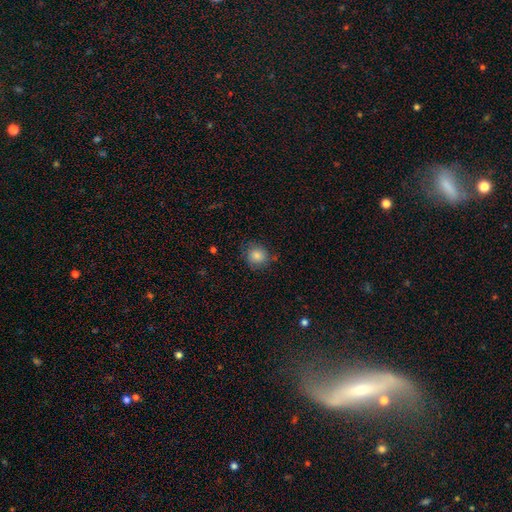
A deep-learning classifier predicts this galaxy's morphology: smooth-or-featured: smooth: 80% | featured or disk: 10% | star or artifact: 10%
  how-rounded: round: 86% | in between: 13% | cigar-shaped: 1%
  merging: none: 74% | minor disturbance: 19% | major disturbance: 5% | merger: 2%